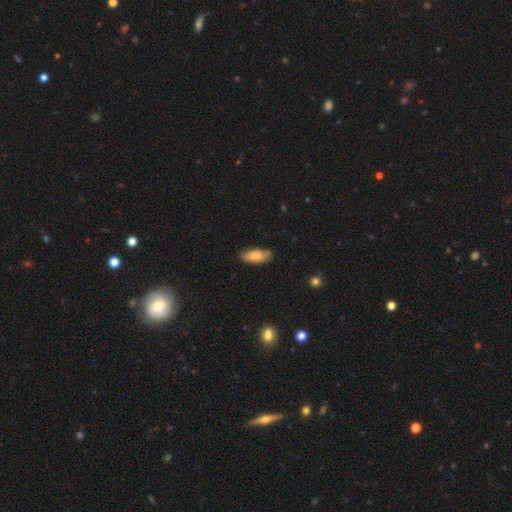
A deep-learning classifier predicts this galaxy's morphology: This is clearly a smooth galaxy (82%). How rounded: clearly in between (82%). Merging: likely none (79%).